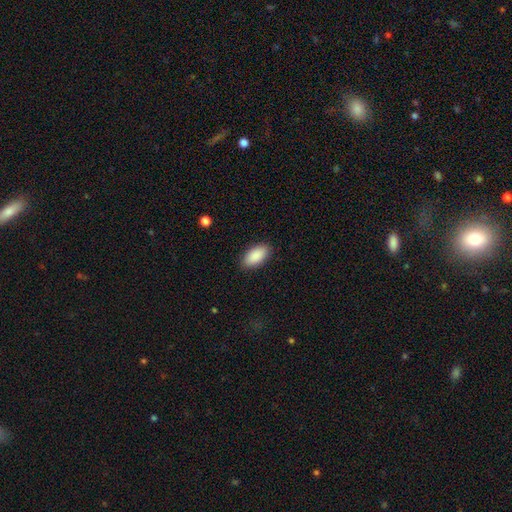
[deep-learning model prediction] smooth_or_featured: smooth (p=0.90) [alt: star or artifact p=0.06]
how_rounded: in between (p=0.94) [alt: cigar-shaped p=0.03]
merging: none (p=0.88) [alt: minor disturbance p=0.09]